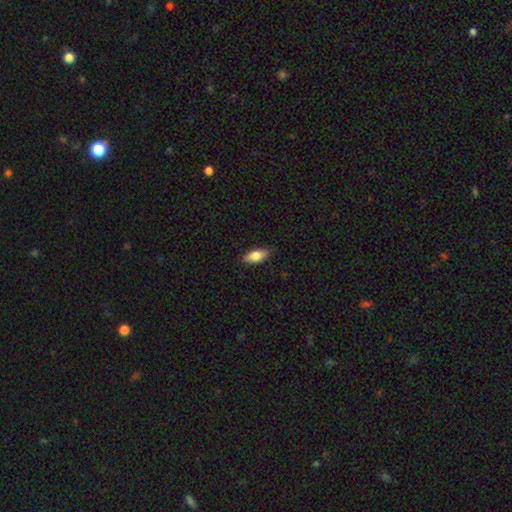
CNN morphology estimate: smooth_or_featured: smooth (p=0.82) [alt: featured or disk p=0.12]
how_rounded: in between (p=0.85) [alt: cigar-shaped p=0.13]
merging: none (p=0.86) [alt: minor disturbance p=0.11]